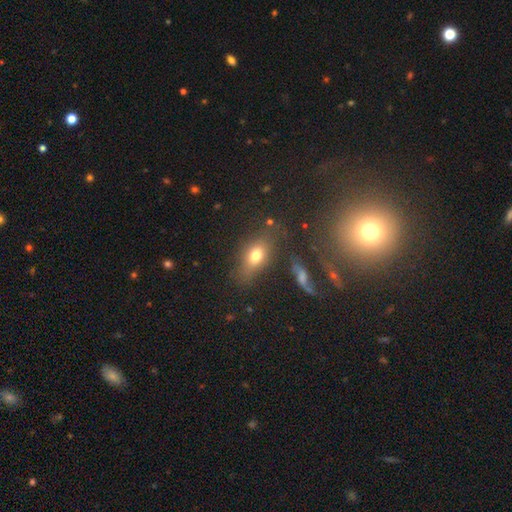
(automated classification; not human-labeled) Smooth or featured?
  - smooth: 70% *
  - featured or disk: 17%
  - star or artifact: 13%
How rounded?
  - in between: 77% *
  - round: 14%
  - cigar-shaped: 9%
Merging?
  - none: 70% *
  - minor disturbance: 16%
  - major disturbance: 8%
  - merger: 6%